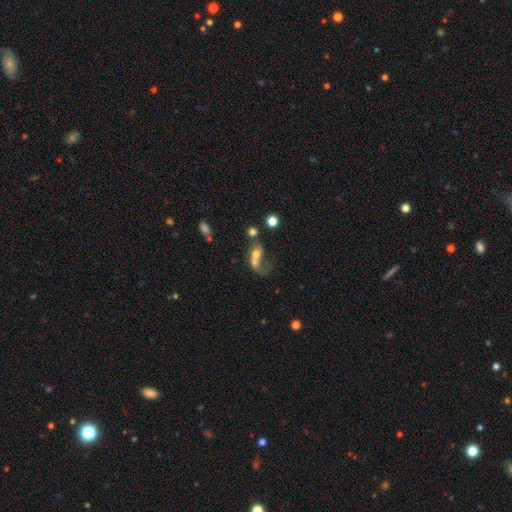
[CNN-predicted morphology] Smooth or featured? smooth (50%)
How rounded? in between (60%)
Merging? merger (64%)